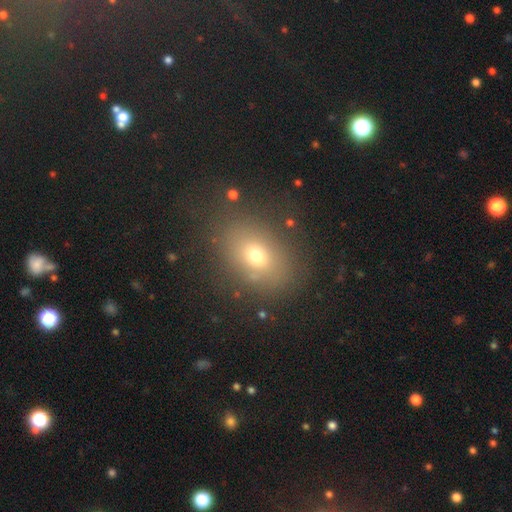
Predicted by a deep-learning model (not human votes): This appears to be a smooth galaxy with no disk features (67%) that is in between round and cigar-shaped (62%). Merging: none (79%).